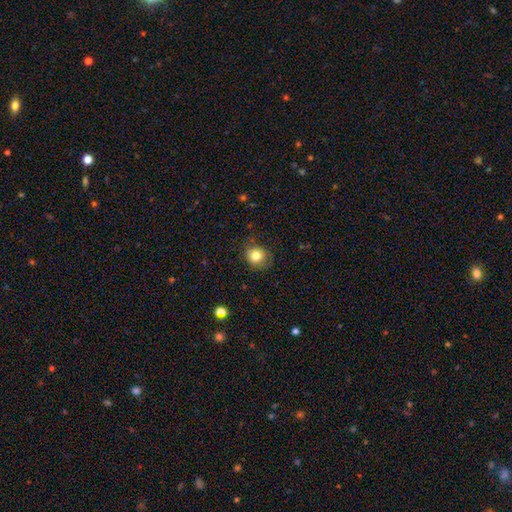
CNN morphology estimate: This appears to be a smooth galaxy with no disk features (81%) that is round (79%). Merging: none (73%).